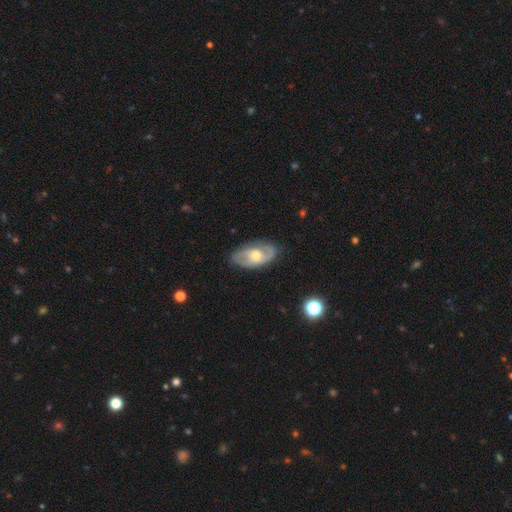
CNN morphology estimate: Q: Smooth or featured?
A: featured or disk (74%); runner-up: smooth (20%)
Q: Edge-on disk?
A: no (94%); runner-up: yes (6%)
Q: Bar?
A: no (55%); runner-up: weak (37%)
Q: Spiral arms?
A: yes (88%); runner-up: no (12%)
Q: Spiral winding?
A: medium (48%); runner-up: tight (27%)
Q: Spiral arm count?
A: 2 (79%); runner-up: can't tell (11%)
Q: Bulge size?
A: moderate (64%); runner-up: small (28%)
Q: Merging?
A: none (77%); runner-up: minor disturbance (16%)